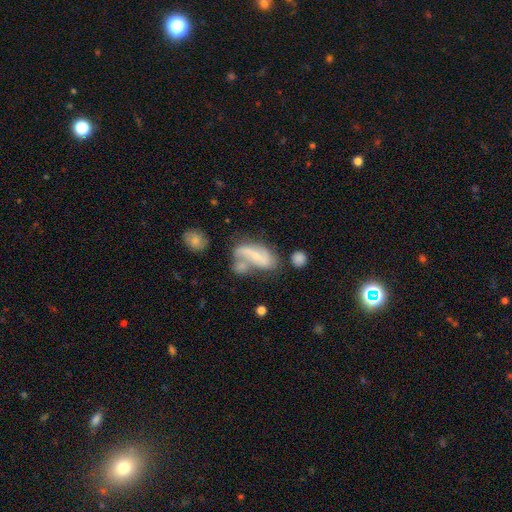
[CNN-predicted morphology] A featured or disk galaxy (59%) with no bar (48%), spiral arms (71%) and a small central bulge (64%).

Vote fractions:
- Smooth or featured? featured or disk: 59% / smooth: 31% / star or artifact: 10%
- Edge-on disk? no: 89% / yes: 11%
- Bar? no: 48% / weak: 30% / strong: 22%
- Spiral arms? yes: 71% / no: 29%
- Bulge size? small: 64% / moderate: 25% / none: 8% / large: 2% / dominant: 1%
- Merging? merger: 33% / none: 31% / minor disturbance: 20% / major disturbance: 16%